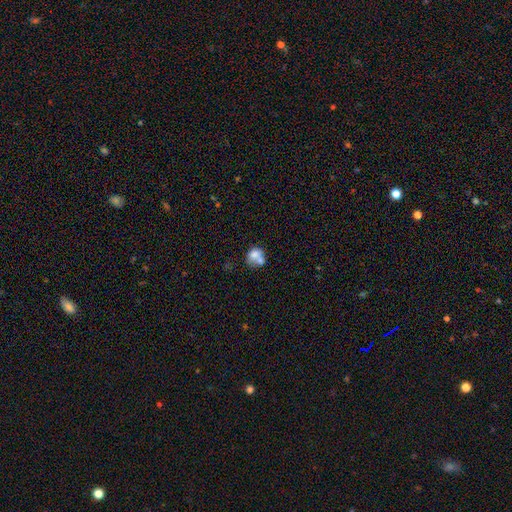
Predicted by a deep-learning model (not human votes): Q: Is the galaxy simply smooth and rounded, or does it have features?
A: smooth — 69%.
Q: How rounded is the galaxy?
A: round — 54%.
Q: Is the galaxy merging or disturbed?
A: merger — 57%.